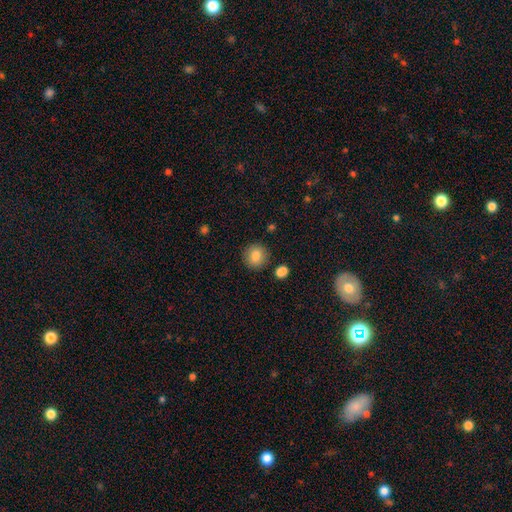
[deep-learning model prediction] smooth-or-featured: smooth: 85% | star or artifact: 9% | featured or disk: 7%
  how-rounded: round: 92% | in between: 7% | cigar-shaped: 1%
  merging: none: 89% | minor disturbance: 6% | merger: 3% | major disturbance: 2%